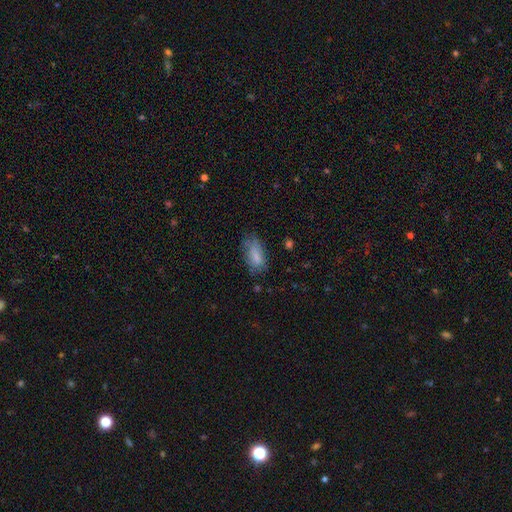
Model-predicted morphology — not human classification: type=smooth (79%); roundness=in between (85%); merging=none (60%).